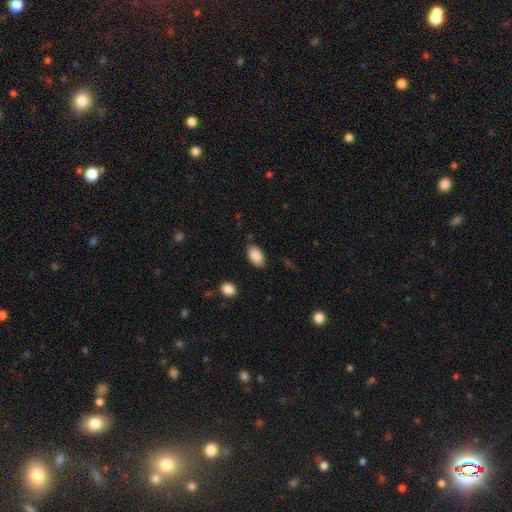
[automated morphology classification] A smooth galaxy with no disk features (89%) that is in between round and cigar-shaped (91%). Merging: none (81%).